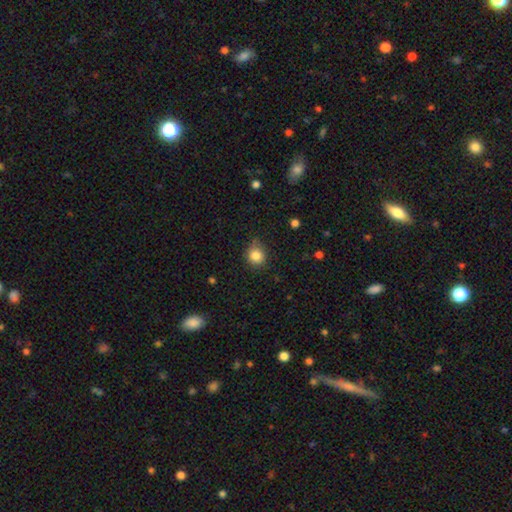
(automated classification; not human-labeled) Smooth or featured?
  - smooth: 83% *
  - star or artifact: 11%
  - featured or disk: 5%
How rounded?
  - round: 85% *
  - in between: 14%
  - cigar-shaped: 1%
Merging?
  - none: 74% *
  - minor disturbance: 20%
  - major disturbance: 4%
  - merger: 2%